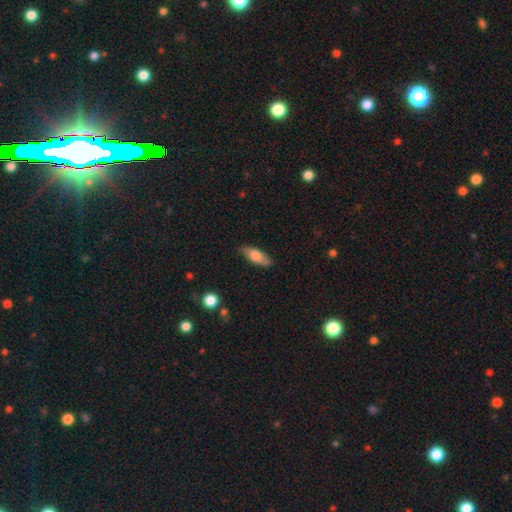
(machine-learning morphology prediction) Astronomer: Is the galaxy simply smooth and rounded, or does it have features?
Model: smooth — 74%.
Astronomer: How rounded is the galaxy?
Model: in between — 68%.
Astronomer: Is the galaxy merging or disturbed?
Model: none — 83%.